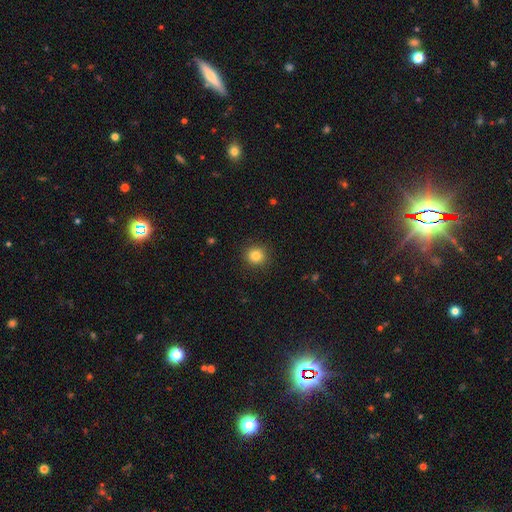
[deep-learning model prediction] Overall: smooth (83%). How rounded: round (91%). Merging: none (91%).